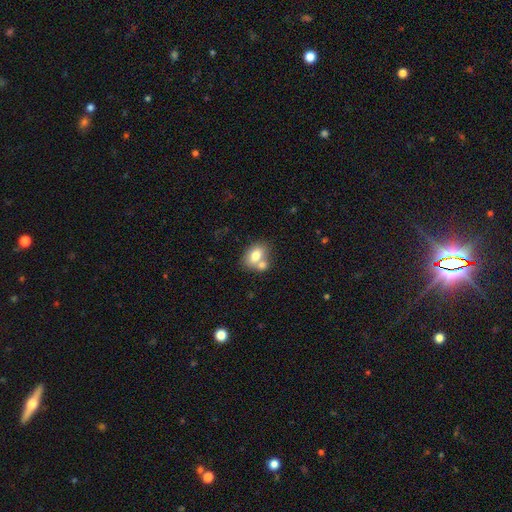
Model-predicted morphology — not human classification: Smooth or featured? smooth (74%)
How rounded? in between (76%)
Merging? merger (44%)